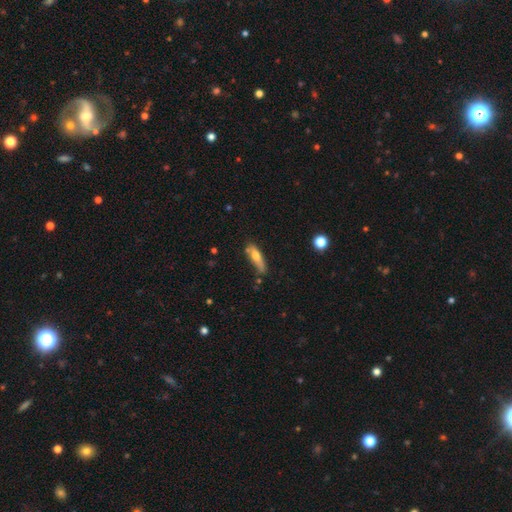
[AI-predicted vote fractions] Q: Smooth or featured?
A: smooth (61%); runner-up: featured or disk (32%)
Q: How rounded?
A: cigar-shaped (64%); runner-up: in between (34%)
Q: Merging?
A: none (61%); runner-up: minor disturbance (26%)